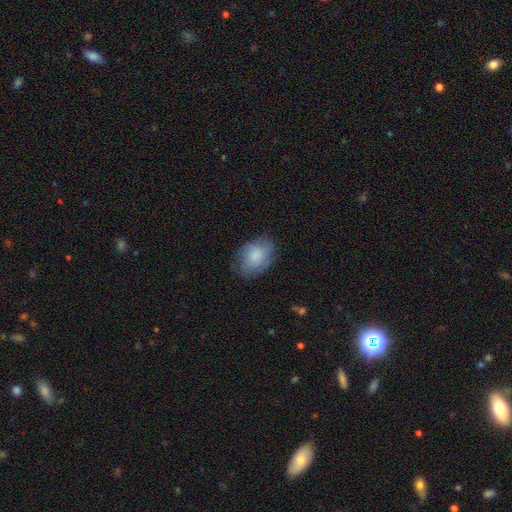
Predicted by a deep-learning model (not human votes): This appears to be a smooth galaxy with no disk features (76%) that is in between round and cigar-shaped (79%). Merging: none (69%).